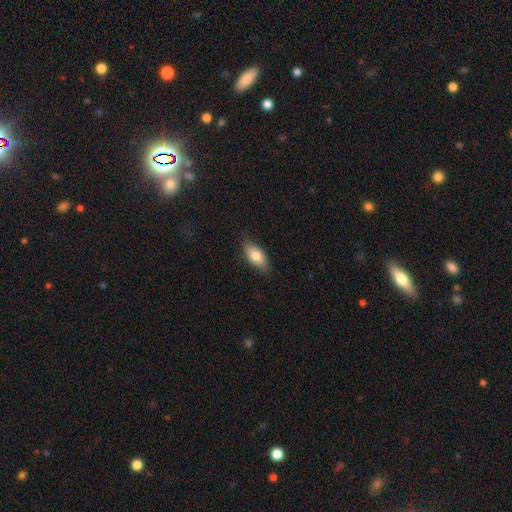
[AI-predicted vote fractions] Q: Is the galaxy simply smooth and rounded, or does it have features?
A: smooth — 80%.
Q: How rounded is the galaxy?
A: in between — 88%.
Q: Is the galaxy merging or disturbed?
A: none — 78%.